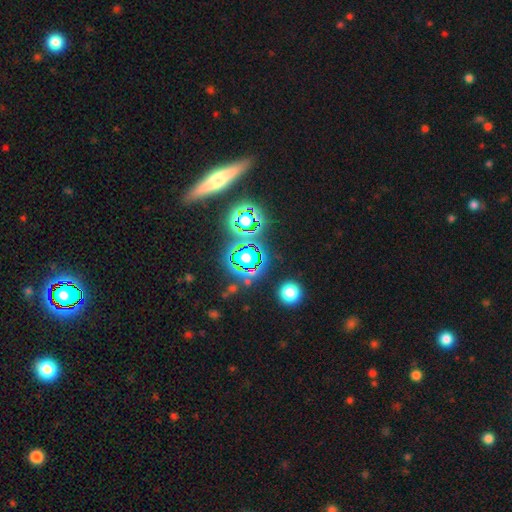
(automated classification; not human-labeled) Smooth or featured? Predicted: star or artifact (p=0.55).